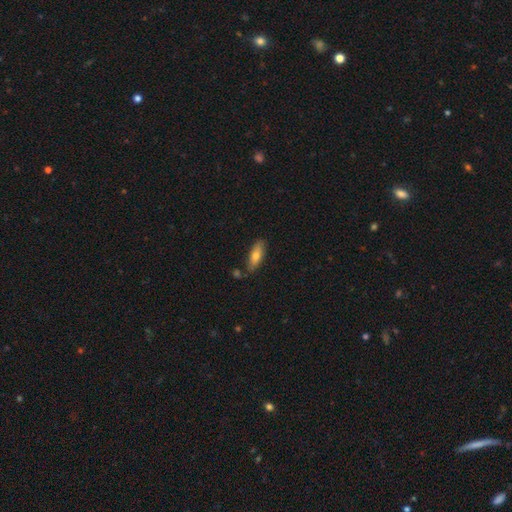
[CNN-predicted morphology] A smooth galaxy with no disk features (74%) that is in between round and cigar-shaped (67%). Merging: none (77%).